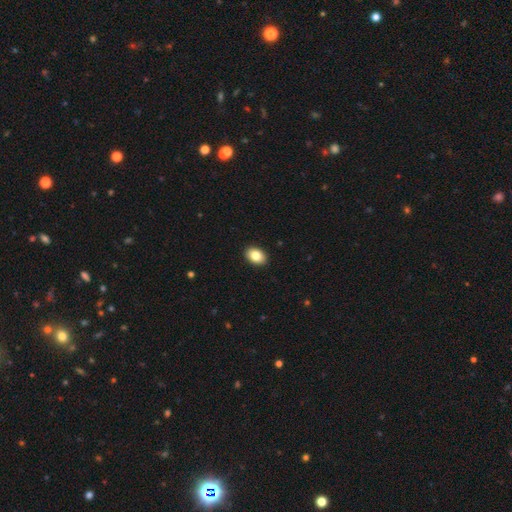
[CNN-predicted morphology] Smooth or featured: smooth — 85% (star or artifact — 8%)
How rounded: in between — 84% (round — 15%)
Merging: none — 92% (minor disturbance — 6%)